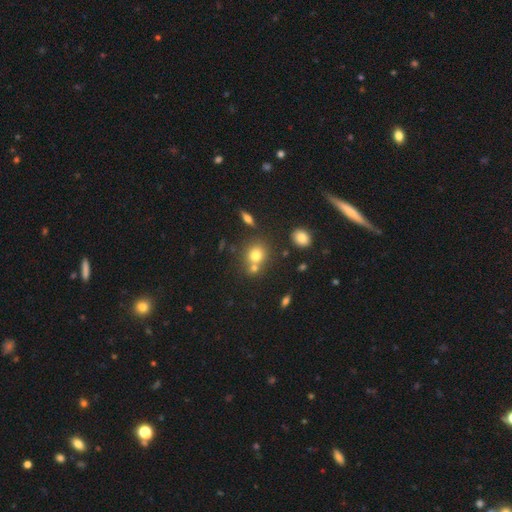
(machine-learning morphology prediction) Q: Smooth or featured?
A: smooth (73%); runner-up: star or artifact (15%)
Q: How rounded?
A: round (79%); runner-up: in between (20%)
Q: Merging?
A: none (57%); runner-up: merger (30%)